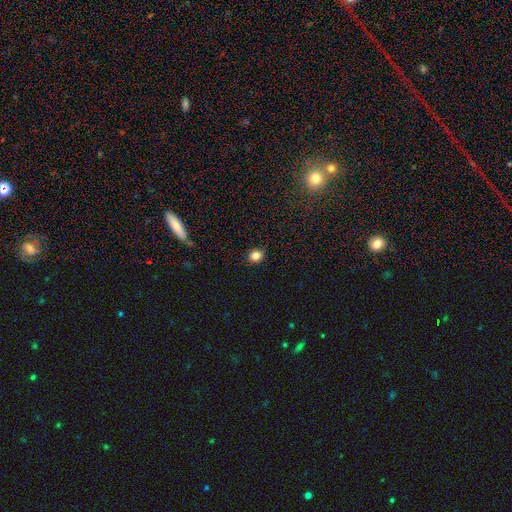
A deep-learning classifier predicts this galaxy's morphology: A smooth galaxy with no disk features (82%) that is round (84%).

Vote fractions:
- Smooth or featured? smooth: 82% / star or artifact: 13% / featured or disk: 5%
- How rounded? round: 84% / in between: 15% / cigar-shaped: 1%
- Merging? none: 87% / minor disturbance: 10% / major disturbance: 2% / merger: 1%